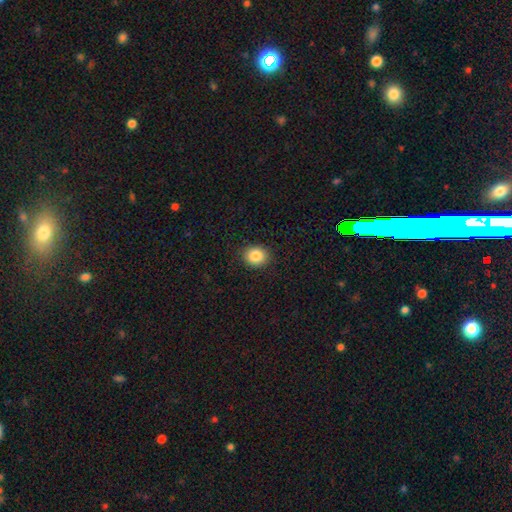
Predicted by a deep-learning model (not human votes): Smooth or featured?
  - smooth: 85% *
  - star or artifact: 10%
  - featured or disk: 5%
How rounded?
  - round: 73% *
  - in between: 26%
  - cigar-shaped: 1%
Merging?
  - none: 91% *
  - minor disturbance: 6%
  - major disturbance: 2%
  - merger: 1%